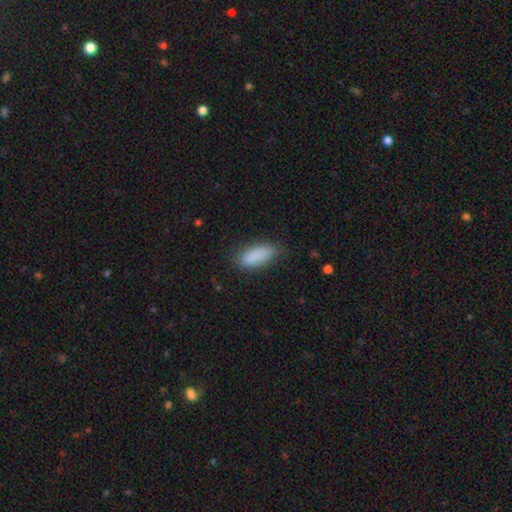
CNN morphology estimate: A smooth galaxy with no disk features (87%) that is in between round and cigar-shaped (73%). Merging: none (74%).